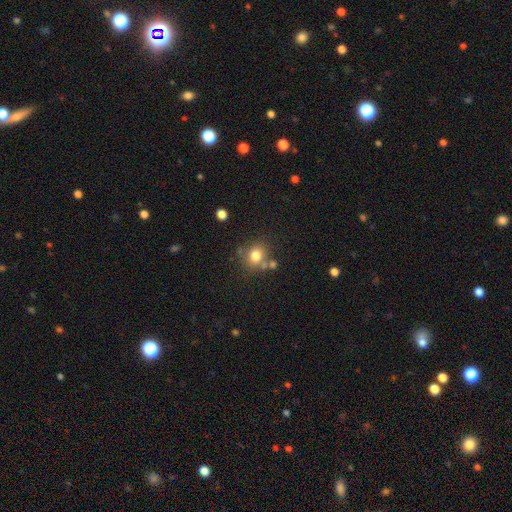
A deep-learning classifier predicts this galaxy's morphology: smooth_or_featured: smooth (p=0.77) [alt: star or artifact p=0.13]
how_rounded: round (p=0.74) [alt: in between p=0.25]
merging: none (p=0.67) [alt: merger p=0.15]